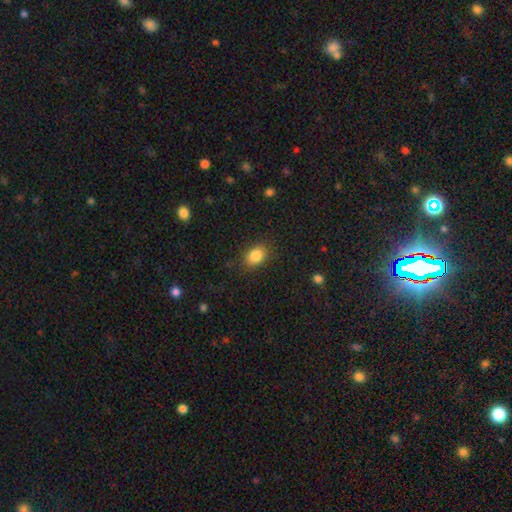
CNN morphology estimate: A smooth galaxy with no disk features (86%) that is in between round and cigar-shaped (70%).

Vote fractions:
- Smooth or featured? smooth: 86% / star or artifact: 9% / featured or disk: 5%
- How rounded? in between: 70% / round: 29% / cigar-shaped: 1%
- Merging? none: 84% / minor disturbance: 11% / major disturbance: 3% / merger: 1%